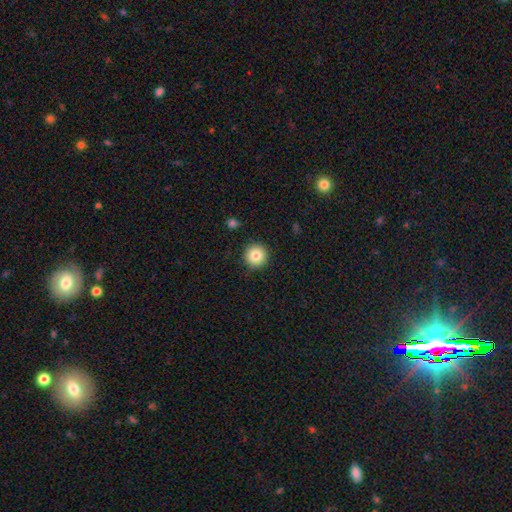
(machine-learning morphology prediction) The model was most divided on "smooth or featured": smooth: 83%, star or artifact: 9%, featured or disk: 8%. More confident: how rounded — round (96%); merging — none (91%).